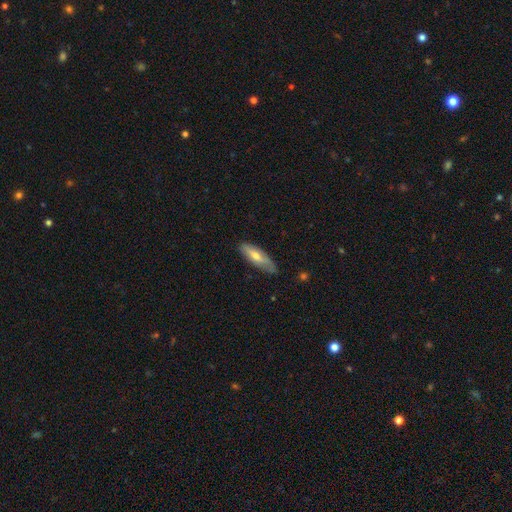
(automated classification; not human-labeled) smooth 56%, featured or disk 39%, star or artifact 6%. Down the decision tree: how rounded — cigar-shaped (53%); merging — none (71%).